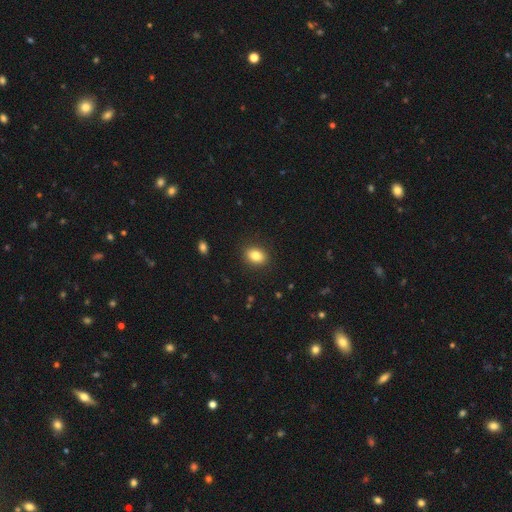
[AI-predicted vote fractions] smooth_or_featured: smooth (p=0.83) [alt: star or artifact p=0.09]
how_rounded: in between (p=0.70) [alt: round p=0.28]
merging: none (p=0.89) [alt: minor disturbance p=0.08]